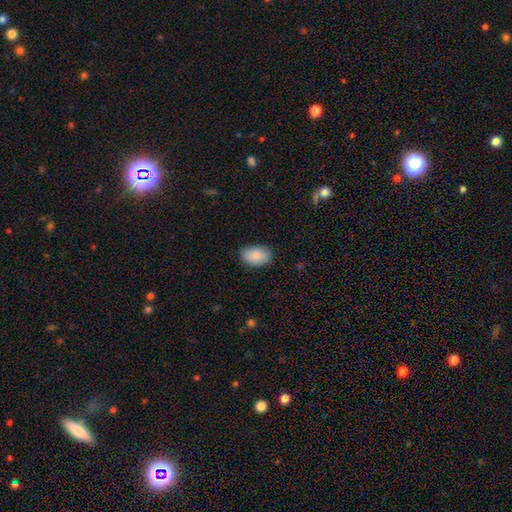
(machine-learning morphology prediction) Smooth or featured? Predicted: smooth (p=0.86). How rounded? Predicted: in between (p=0.89). Merging? Predicted: none (p=0.81).